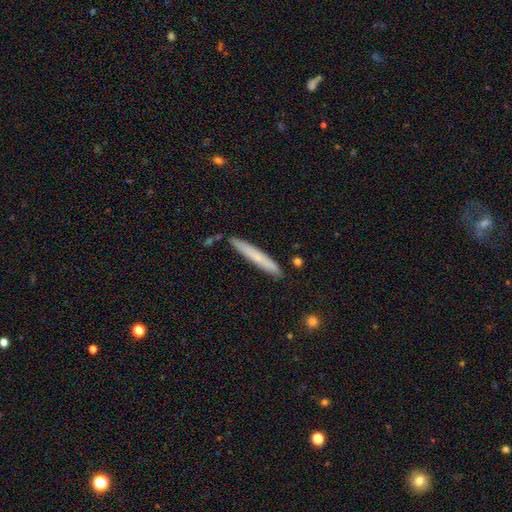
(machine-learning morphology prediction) Overall: smooth (64%; featured or disk 29%). How rounded: cigar-shaped (96%). Merging: none (83%).